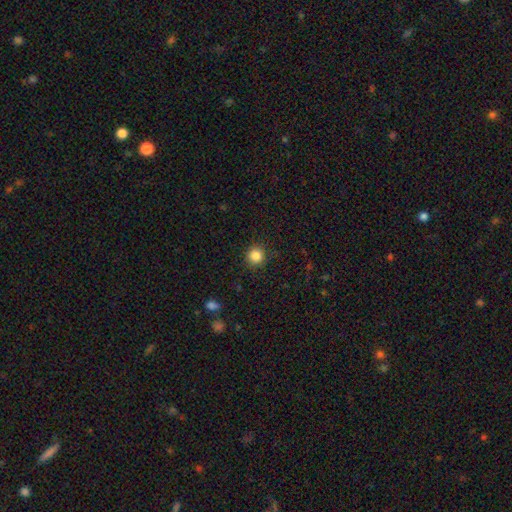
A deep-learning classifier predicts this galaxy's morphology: This is clearly a smooth galaxy (85%). How rounded: clearly round (93%). Merging: clearly none (90%).